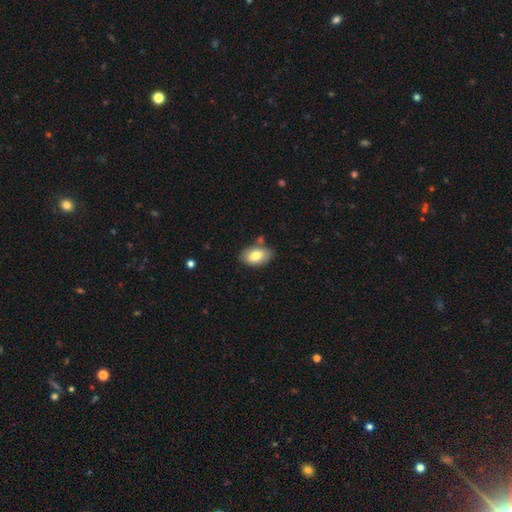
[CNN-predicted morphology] A smooth galaxy with no disk features (76%) that is in between round and cigar-shaped (90%).

Vote fractions:
- Smooth or featured? smooth: 76% / featured or disk: 17% / star or artifact: 7%
- How rounded? in between: 90% / round: 9% / cigar-shaped: 1%
- Merging? none: 73% / minor disturbance: 16% / merger: 8% / major disturbance: 3%